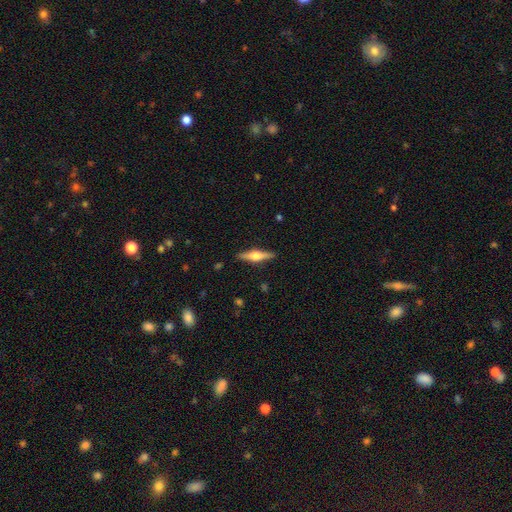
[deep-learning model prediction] This appears to be a featured or disk galaxy (65%) viewed edge-on (97%) with a rounded central bulge (93%). Merging: none (90%).